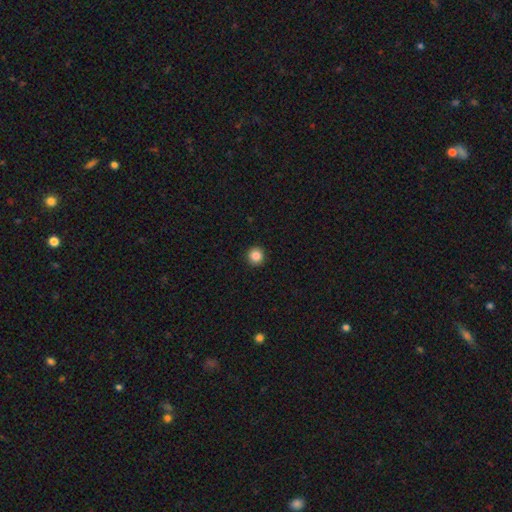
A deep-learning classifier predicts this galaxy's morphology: type=smooth (86%); roundness=round (96%); merging=none (94%).